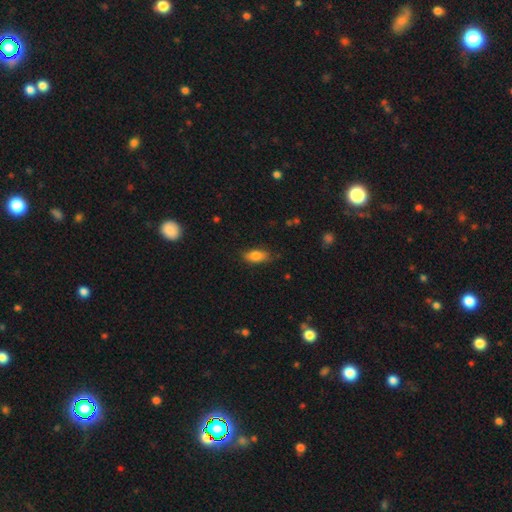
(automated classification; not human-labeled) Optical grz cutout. It shows a smooth galaxy with no disk features (82%) that is in between round and cigar-shaped (84%). Merging: none (79%).